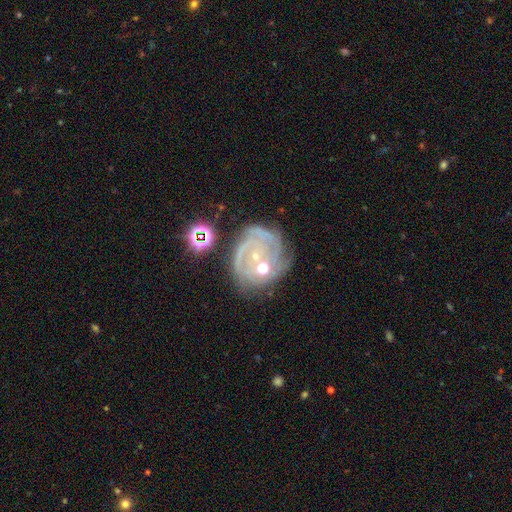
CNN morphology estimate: smooth-or-featured: featured or disk: 75% | star or artifact: 14% | smooth: 11%
  disk-edge-on: no: 97% | yes: 3%
    bar: no: 71% | weak: 22% | strong: 8%
    has-spiral-arms: yes: 92% | no: 8%
      spiral-winding: tight: 71% | medium: 22% | loose: 6%
      spiral-arm-count: can't tell: 31% | 3: 25% | 2: 16% | 4: 13% | more than 4: 8% | 1: 8%
    bulge-size: small: 60% | moderate: 35% | none: 2% | large: 2% | dominant: 1%
  merging: none: 63% | minor disturbance: 18% | major disturbance: 11% | merger: 8%